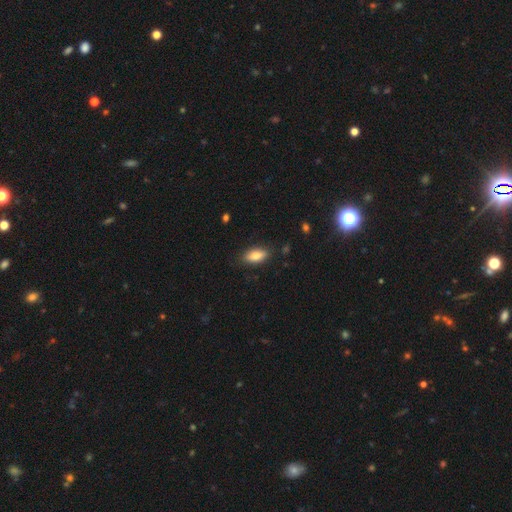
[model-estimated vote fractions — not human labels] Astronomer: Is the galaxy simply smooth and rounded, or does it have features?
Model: smooth — 80%.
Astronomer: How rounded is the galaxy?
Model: in between — 85%.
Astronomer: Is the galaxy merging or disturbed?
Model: none — 84%.